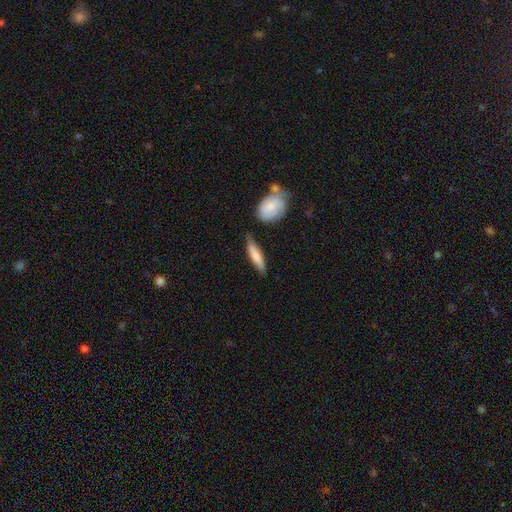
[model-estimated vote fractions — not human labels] A smooth galaxy with no disk features (70%) that is cigar-shaped (78%).

Vote fractions:
- Smooth or featured? smooth: 70% / featured or disk: 25% / star or artifact: 5%
- How rounded? cigar-shaped: 78% / in between: 21% / round: 2%
- Merging? none: 68% / minor disturbance: 20% / merger: 7% / major disturbance: 4%